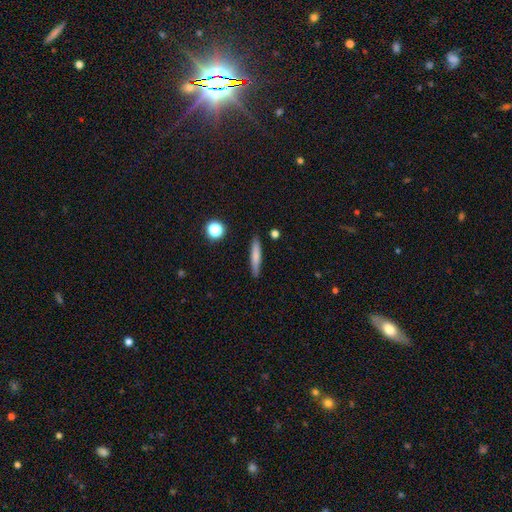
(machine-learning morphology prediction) smooth 72%, featured or disk 20%, star or artifact 7%. Down the decision tree: how rounded — cigar-shaped (90%); merging — none (87%).